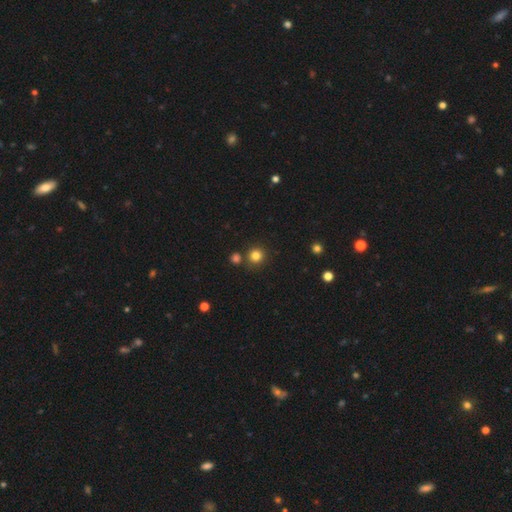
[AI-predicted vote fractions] Smooth or featured?
  - smooth: 81% *
  - star or artifact: 13%
  - featured or disk: 5%
How rounded?
  - round: 93% *
  - in between: 6%
  - cigar-shaped: 1%
Merging?
  - none: 81% *
  - merger: 9%
  - minor disturbance: 7%
  - major disturbance: 2%